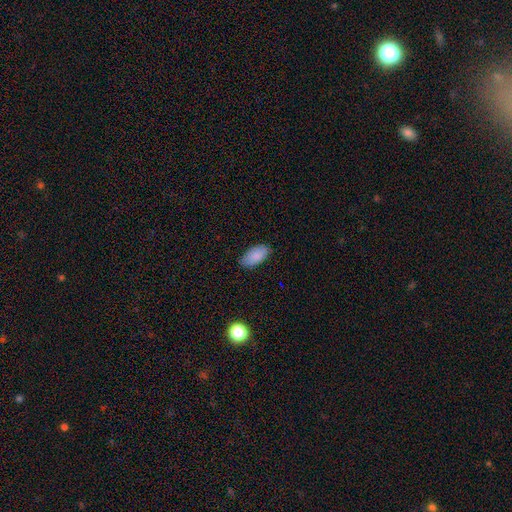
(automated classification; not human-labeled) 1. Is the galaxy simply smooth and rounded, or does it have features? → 87% smooth, 6% star or artifact, 6% featured or disk.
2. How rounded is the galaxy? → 94% in between, 4% cigar-shaped, 2% round.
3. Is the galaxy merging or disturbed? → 81% none, 16% minor disturbance, 3% major disturbance, 1% merger.